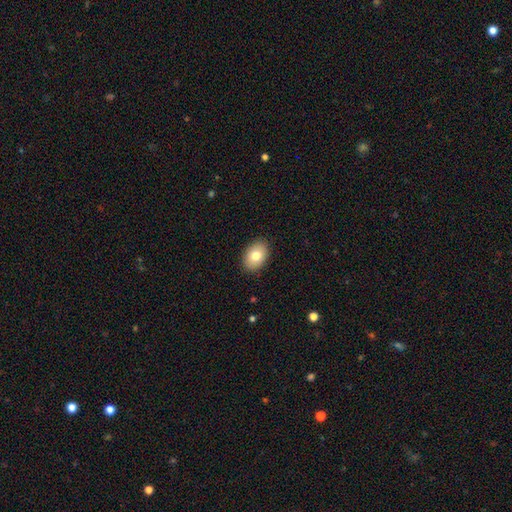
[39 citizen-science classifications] A smooth galaxy with no disk features (72%) that is in between round and cigar-shaped (75%).

Vote fractions:
- Smooth or featured? smooth: 72% / featured or disk: 26% / star or artifact: 3%
- How rounded? in between: 75% / round: 25% / cigar-shaped: 0%
- Merging? none: 79% / minor disturbance: 13% / major disturbance: 5% / merger: 3%